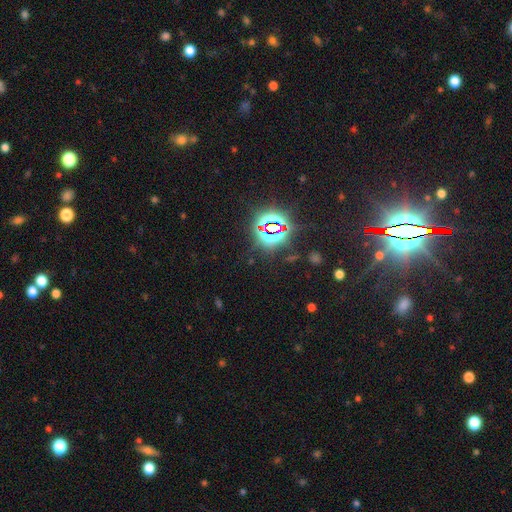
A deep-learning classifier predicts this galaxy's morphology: star or artifact 83%, smooth 9%, featured or disk 8%.